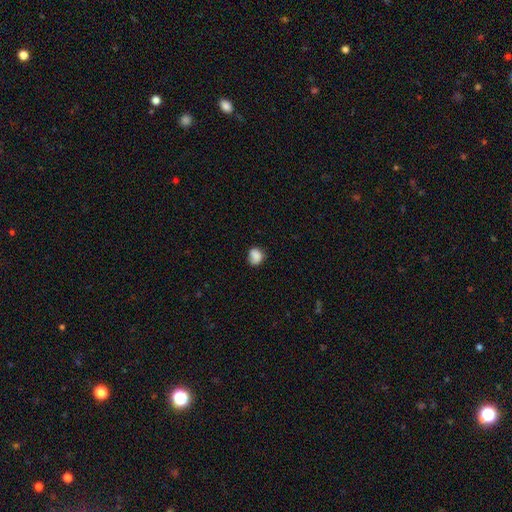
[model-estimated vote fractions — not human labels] Q: Smooth or featured?
A: smooth (82%); runner-up: featured or disk (9%)
Q: How rounded?
A: round (58%); runner-up: in between (41%)
Q: Merging?
A: none (62%); runner-up: minor disturbance (27%)